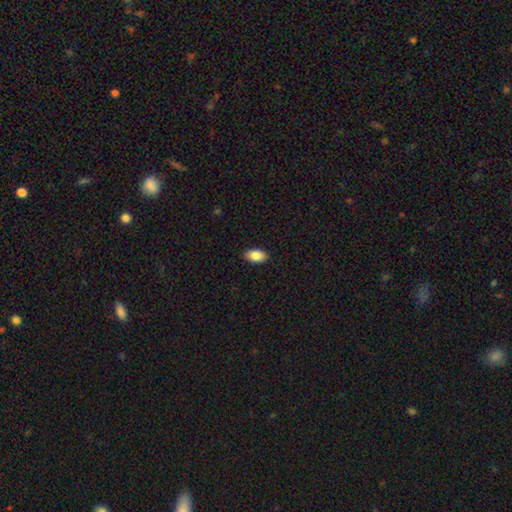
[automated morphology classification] Smooth or featured: smooth — 86% (star or artifact — 7%)
How rounded: in between — 93% (round — 5%)
Merging: none — 89% (minor disturbance — 8%)